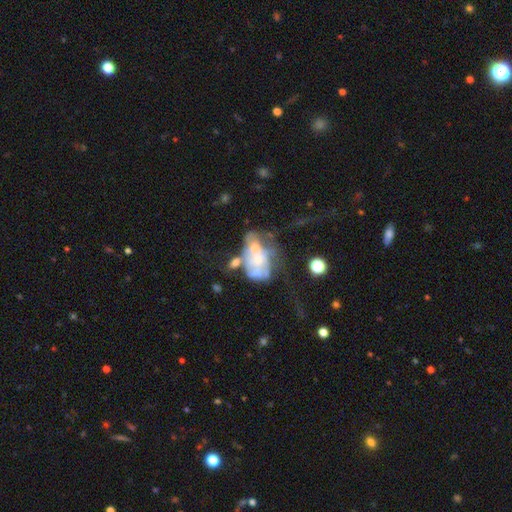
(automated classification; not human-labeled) This appears to be a featured or disk galaxy (65%) with no bar (85%), no spiral arms (76%) and a small central bulge (34%). Merging: major disturbance (35%).